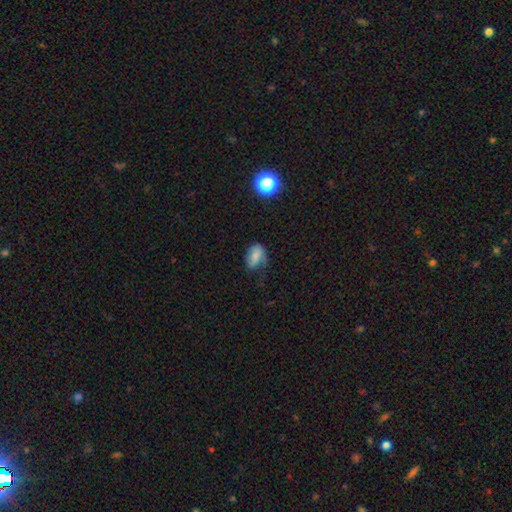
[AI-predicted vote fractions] smooth_or_featured: smooth (p=0.68) [alt: featured or disk p=0.21]
how_rounded: in between (p=0.85) [alt: round p=0.13]
merging: none (p=0.40) [alt: minor disturbance p=0.36]